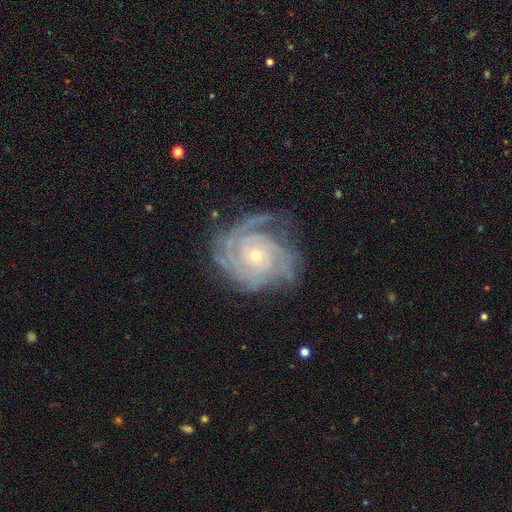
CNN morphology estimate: Smooth or featured? featured or disk (90%)
Edge-on disk? no (97%)
Bar? no (79%)
Spiral arms? yes (98%)
Spiral winding? tight (78%)
Spiral arm count? 4 (26%)
Bulge size? small (74%)
Merging? none (69%)